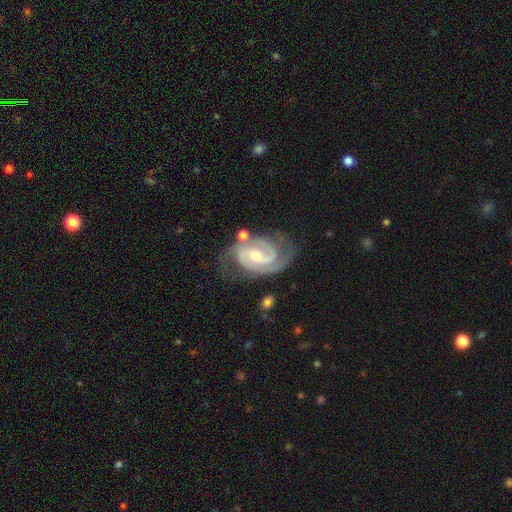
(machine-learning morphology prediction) A featured or disk galaxy (91%) with a weak bar (46%), 2 (72%) tight (51%) spiral arms (98%) and a moderate central bulge (49%). Merging: none (64%).